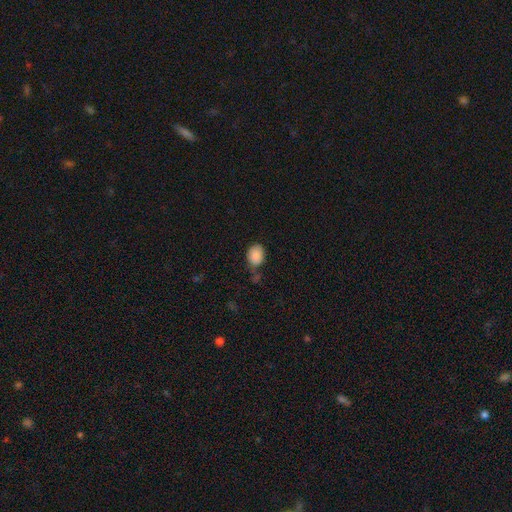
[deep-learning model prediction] smooth 87%, star or artifact 8%, featured or disk 5%. Down the decision tree: how rounded — in between (63%); merging — none (68%).